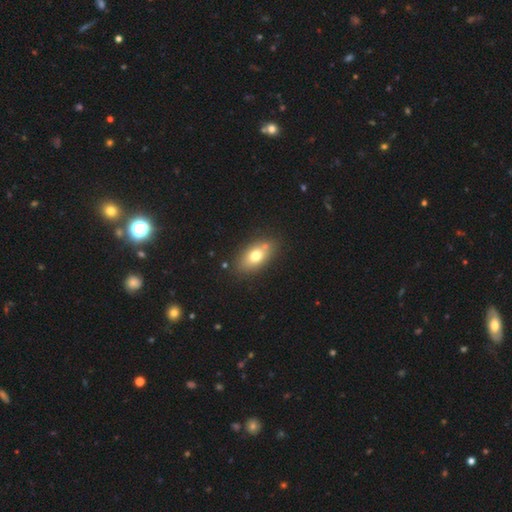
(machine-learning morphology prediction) smooth_or_featured: smooth (p=0.71) [alt: featured or disk p=0.20]
how_rounded: in between (p=0.86) [alt: round p=0.09]
merging: none (p=0.77) [alt: minor disturbance p=0.13]